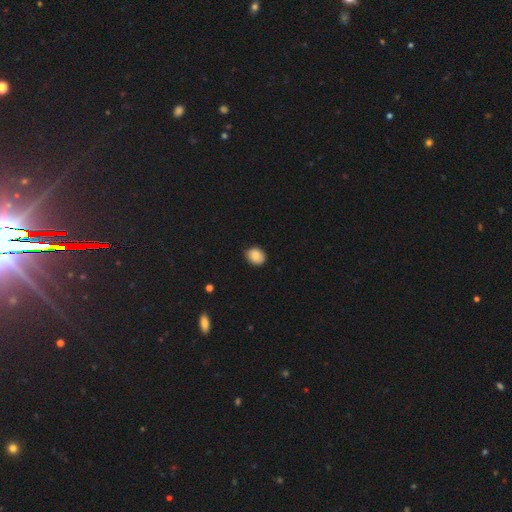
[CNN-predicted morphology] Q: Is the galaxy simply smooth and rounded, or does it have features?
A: smooth — 87%.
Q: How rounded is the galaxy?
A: in between — 50%.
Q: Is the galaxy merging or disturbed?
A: none — 84%.